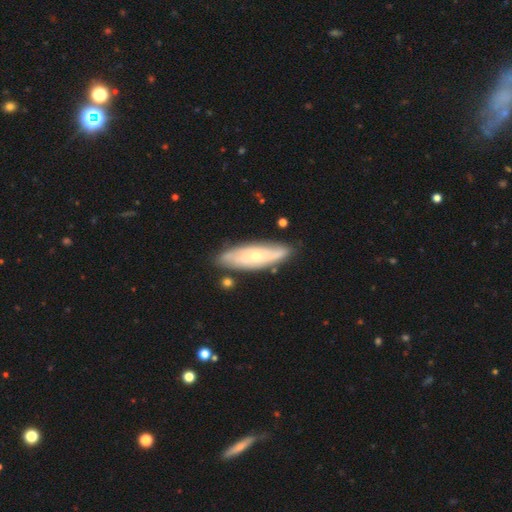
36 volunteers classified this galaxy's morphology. This is possibly a featured or disk galaxy (50%). It is likely not viewed edge-on (61%). Bar: likely no (73%). Spiral arm pattern: likely yes (64%). Spiral arm count: marginally 2 (43%, tied with can't tell). Spiral winding: possibly tight (57%). Central bulge: likely small (73%). Merging: likely none (79%).